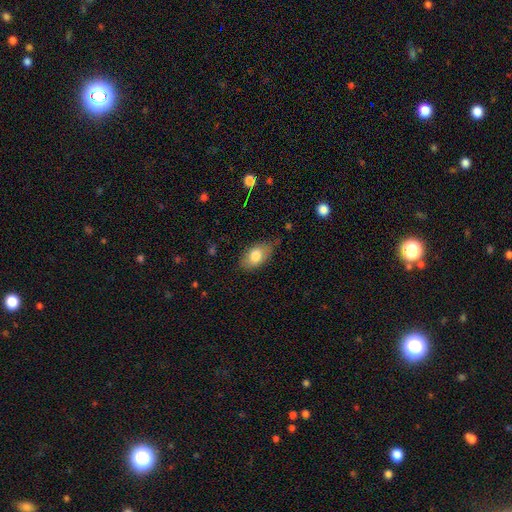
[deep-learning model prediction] smooth 78%, featured or disk 14%, star or artifact 7%. Down the decision tree: how rounded — in between (90%); merging — none (72%).